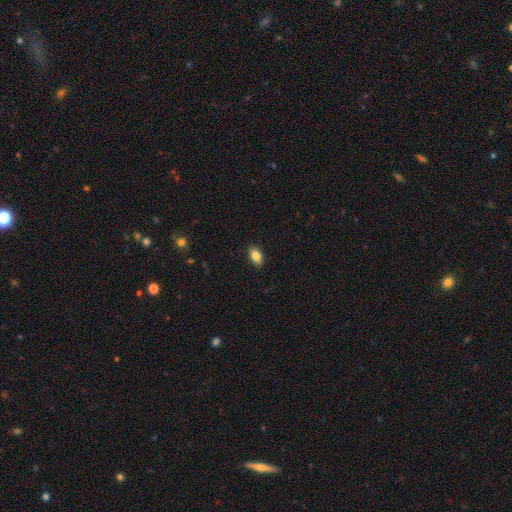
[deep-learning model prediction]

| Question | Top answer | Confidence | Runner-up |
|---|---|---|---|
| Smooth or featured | smooth | 85% | star or artifact (8%) |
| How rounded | in between | 87% | round (11%) |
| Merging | none | 89% | minor disturbance (8%) |